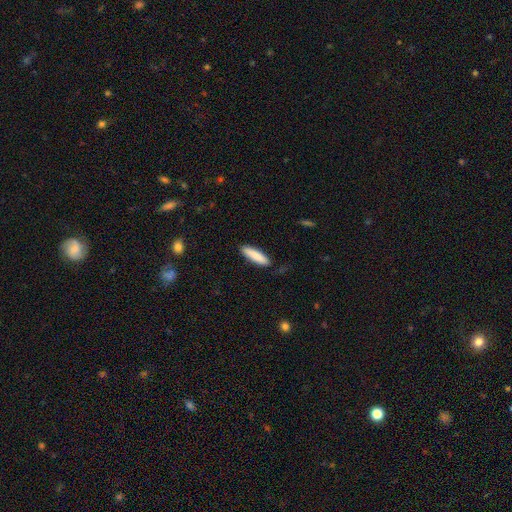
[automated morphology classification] Smooth or featured? Predicted: smooth (p=0.87). How rounded? Predicted: cigar-shaped (p=0.73). Merging? Predicted: none (p=0.86).